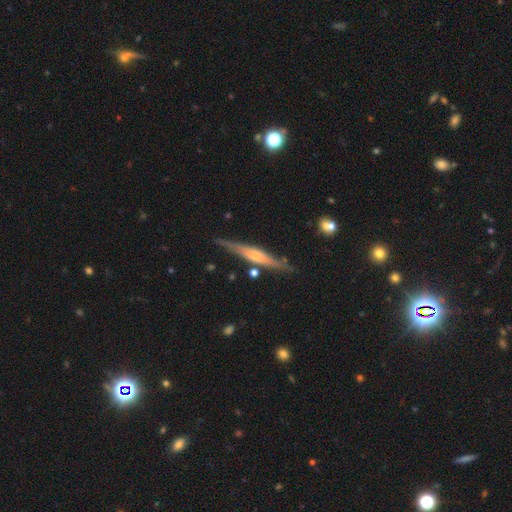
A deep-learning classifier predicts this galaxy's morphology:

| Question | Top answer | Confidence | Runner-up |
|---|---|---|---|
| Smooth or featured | featured or disk | 65% | smooth (29%) |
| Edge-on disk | yes | 96% | no (4%) |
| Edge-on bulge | rounded | 62% | none (20%) |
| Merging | none | 82% | minor disturbance (12%) |